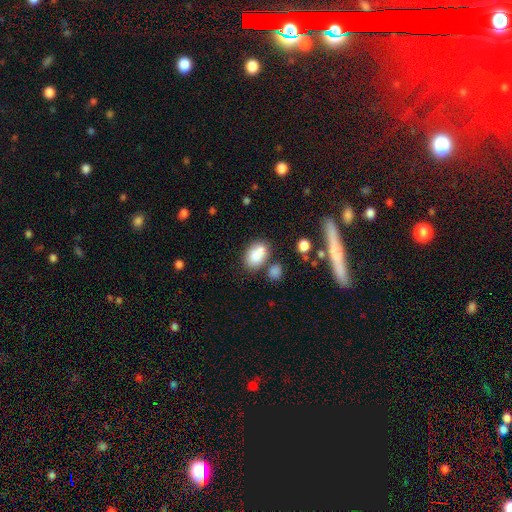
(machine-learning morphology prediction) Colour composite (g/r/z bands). It shows a smooth galaxy with no disk features (76%) that is in between round and cigar-shaped (76%). Merging: none (44%).